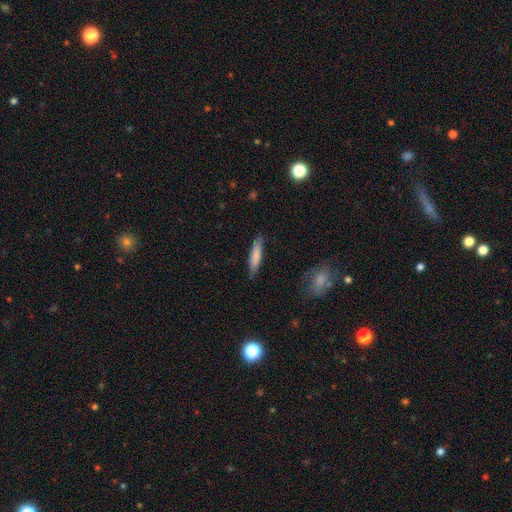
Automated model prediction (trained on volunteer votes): Morphology: type=smooth (81%); roundness=cigar-shaped (83%); merging=none (83%).